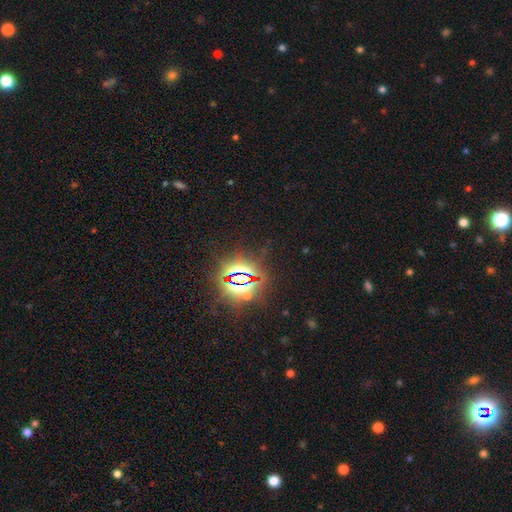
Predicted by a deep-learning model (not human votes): A star or artifact, not a galaxy (85%).